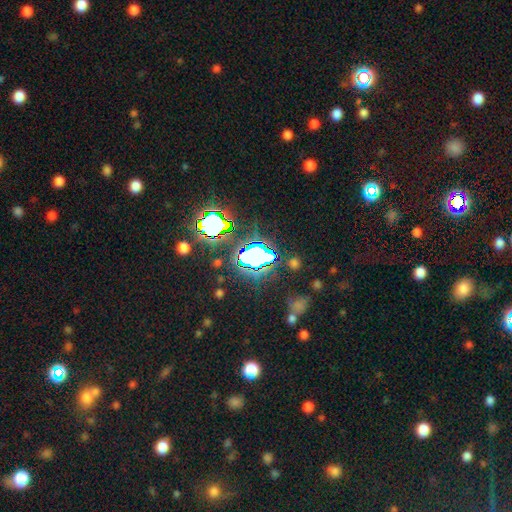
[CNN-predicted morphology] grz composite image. It shows a star or artifact, not a galaxy (64%).